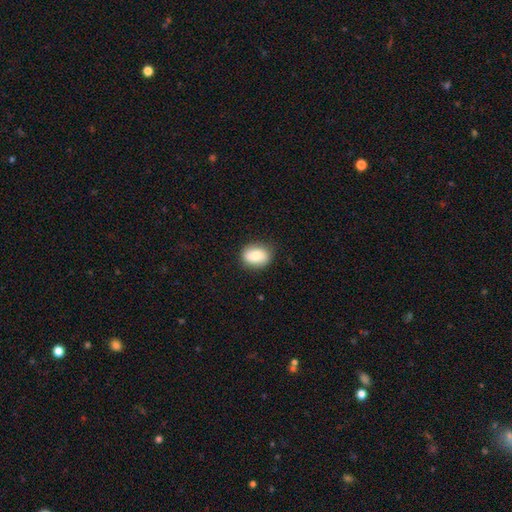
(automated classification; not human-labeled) Smooth or featured? smooth (80%)
How rounded? in between (61%)
Merging? none (84%)